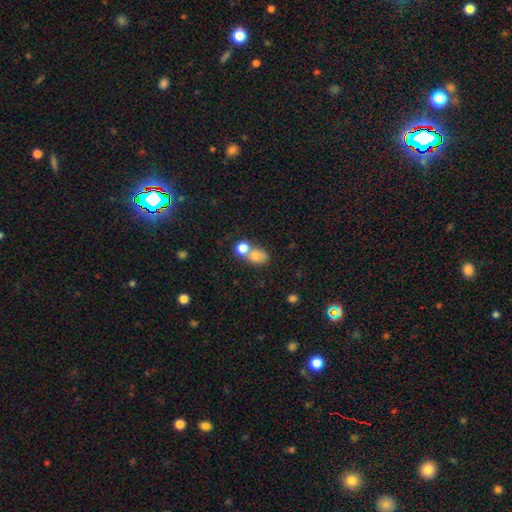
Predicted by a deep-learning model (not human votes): smooth-or-featured: smooth: 77% | featured or disk: 11% | star or artifact: 11%
  how-rounded: round: 50% | in between: 49% | cigar-shaped: 1%
  merging: merger: 52% | none: 34% | minor disturbance: 9% | major disturbance: 5%